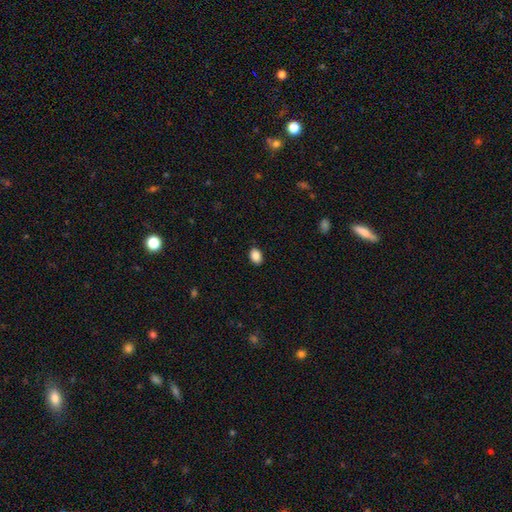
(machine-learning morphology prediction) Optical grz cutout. It shows a smooth galaxy with no disk features (88%) that is in between round and cigar-shaped (74%). Merging: none (89%).